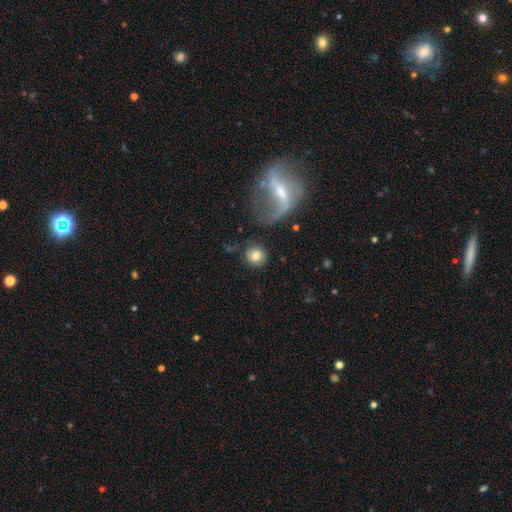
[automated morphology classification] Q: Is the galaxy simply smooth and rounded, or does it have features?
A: smooth — 76%.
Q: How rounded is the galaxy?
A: round — 86%.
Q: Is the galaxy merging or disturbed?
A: none — 75%.